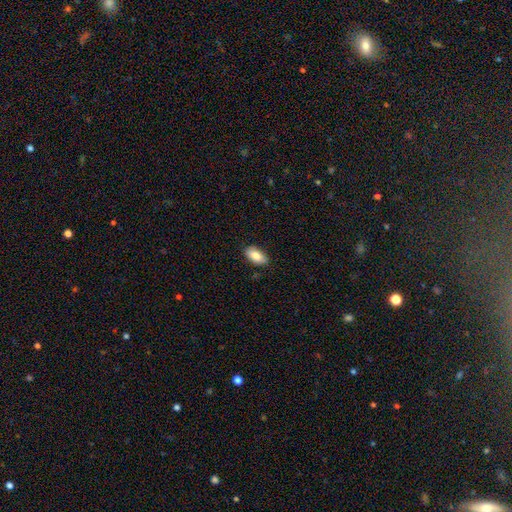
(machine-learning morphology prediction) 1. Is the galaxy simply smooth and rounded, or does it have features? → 84% smooth, 9% featured or disk, 7% star or artifact.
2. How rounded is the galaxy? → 93% in between, 4% cigar-shaped, 4% round.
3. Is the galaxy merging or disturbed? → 86% none, 11% minor disturbance, 2% major disturbance, 1% merger.